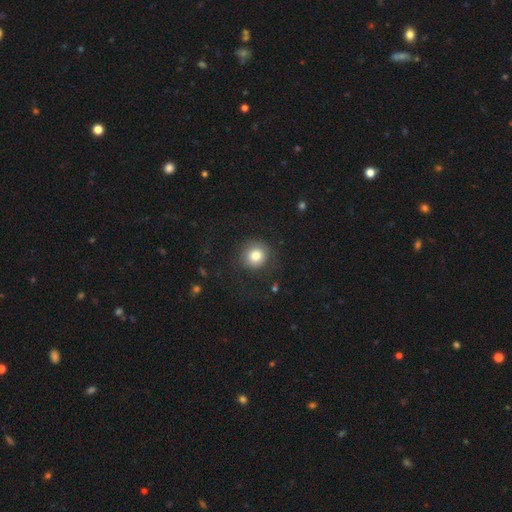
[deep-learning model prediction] A smooth galaxy with no disk features (80%) that is round (92%). Merging: none (77%).